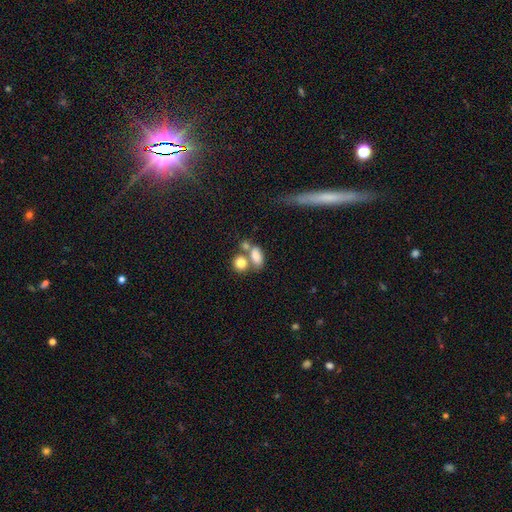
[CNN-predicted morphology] Smooth or featured: smooth — 78% (featured or disk — 12%)
How rounded: in between — 77% (round — 19%)
Merging: merger — 47% (none — 35%)